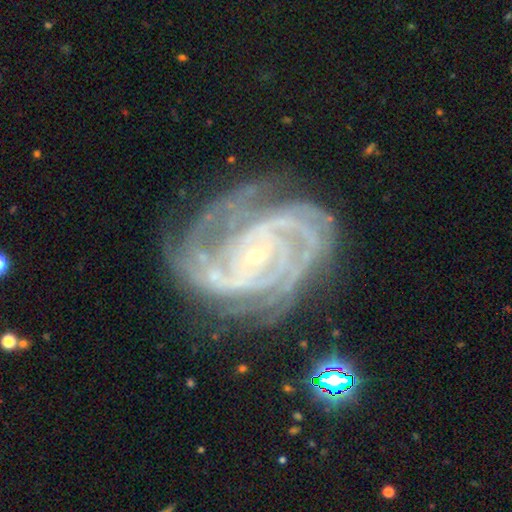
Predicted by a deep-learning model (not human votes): The model was most divided on "spiral arm count": 3: 24%, 4: 23%, 2: 19%, can't tell: 15%, more than 4: 11%, 1: 8%. More confident: spiral arms — yes (98%); edge-on disk — no (97%); smooth or featured — featured or disk (91%); bulge size — small (85%); merging — none (67%); spiral winding — tight (66%); bar — no (62%).